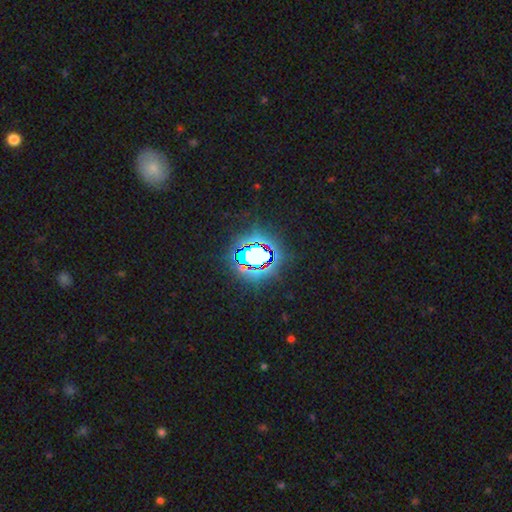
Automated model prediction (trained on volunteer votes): Smooth or featured? star or artifact (73%)